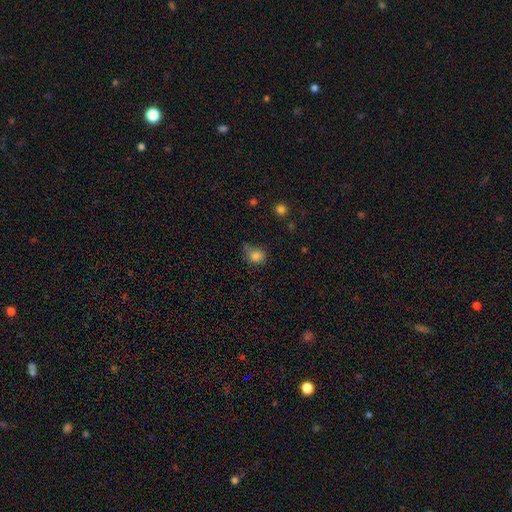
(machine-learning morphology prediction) This is clearly a smooth galaxy (82%). How rounded: likely round (67%). Merging: possibly none (56%).